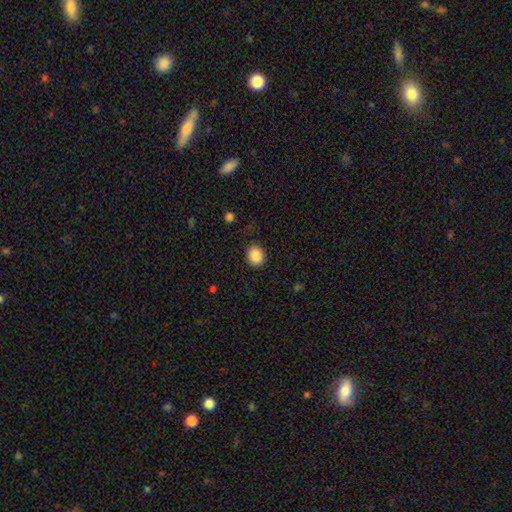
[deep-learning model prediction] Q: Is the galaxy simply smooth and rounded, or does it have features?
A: smooth — 87%.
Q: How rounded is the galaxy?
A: round — 68%.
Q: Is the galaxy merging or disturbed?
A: none — 88%.